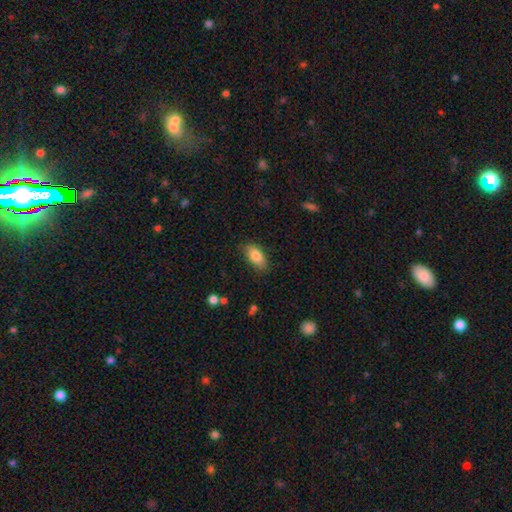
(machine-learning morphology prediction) Smooth or featured? Predicted: smooth (p=0.81). How rounded? Predicted: in between (p=0.88). Merging? Predicted: none (p=0.79).